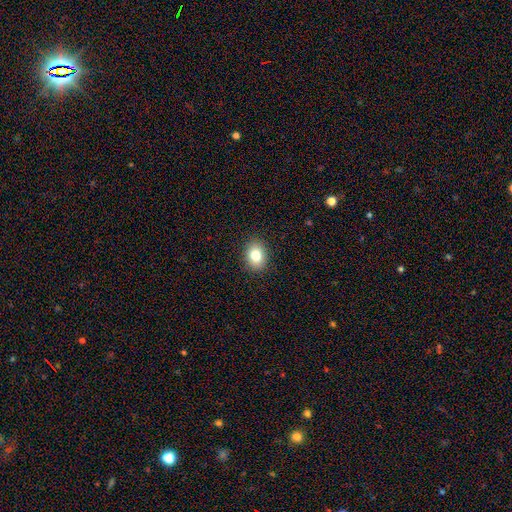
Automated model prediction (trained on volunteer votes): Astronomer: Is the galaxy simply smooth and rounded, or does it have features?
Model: smooth — 81%.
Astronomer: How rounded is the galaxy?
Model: in between — 59% (runner-up: round, 40%).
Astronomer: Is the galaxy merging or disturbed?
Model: none — 89%.